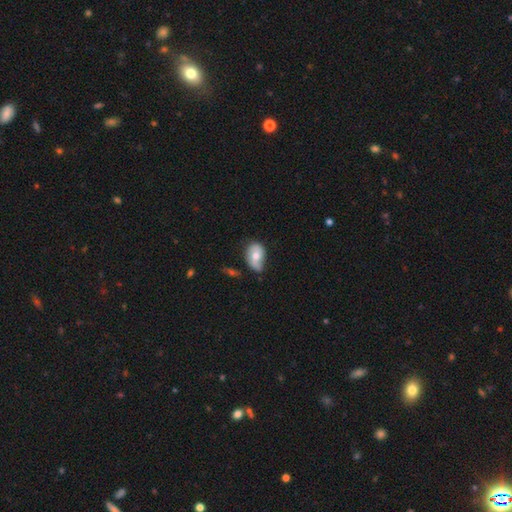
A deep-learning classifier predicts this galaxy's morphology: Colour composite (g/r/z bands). It shows a smooth galaxy with no disk features (57%) that is in between round and cigar-shaped (82%). Merging: none (44%).